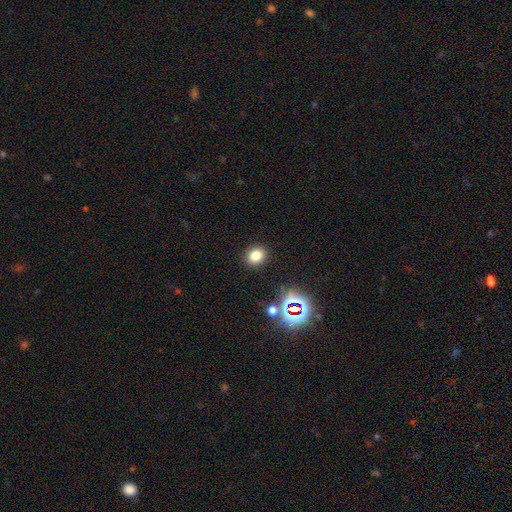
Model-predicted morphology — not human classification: A smooth galaxy with no disk features (78%) that is round (57%).

Vote fractions:
- Smooth or featured? smooth: 78% / star or artifact: 16% / featured or disk: 6%
- How rounded? round: 57% / in between: 41% / cigar-shaped: 1%
- Merging? none: 89% / minor disturbance: 7% / major disturbance: 2% / merger: 2%